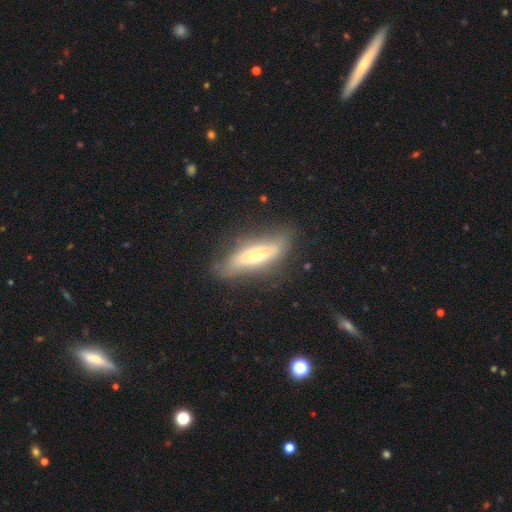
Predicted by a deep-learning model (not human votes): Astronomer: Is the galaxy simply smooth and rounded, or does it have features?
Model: featured or disk — 53% (runner-up: smooth, 40%).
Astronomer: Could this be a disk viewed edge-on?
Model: yes — 66%.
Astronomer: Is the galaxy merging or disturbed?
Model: none — 70%.